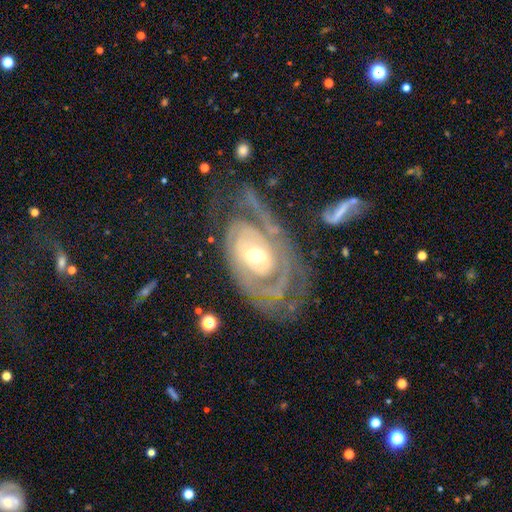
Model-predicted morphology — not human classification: smooth_or_featured: featured or disk (p=0.85) [alt: smooth p=0.10]
disk_edge_on: no (p=0.95) [alt: yes p=0.05]
bar: no (p=0.61) [alt: weak p=0.27]
has_spiral_arms: yes (p=0.83) [alt: no p=0.17]
spiral_winding: tight (p=0.67) [alt: medium p=0.23]
spiral_arm_count: can't tell (p=0.35) [alt: 2 p=0.33]
bulge_size: moderate (p=0.67) [alt: small p=0.23]
merging: none (p=0.47) [alt: major disturbance p=0.26]